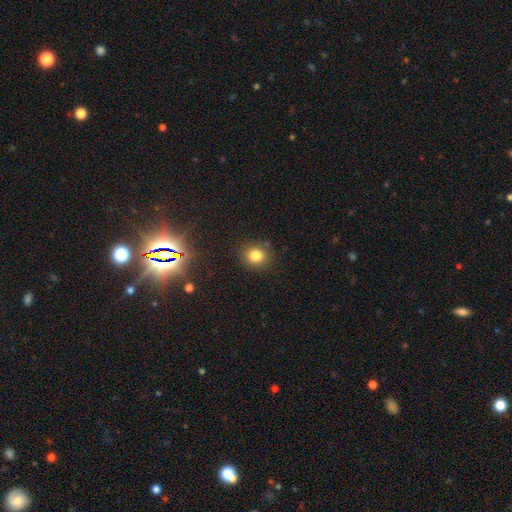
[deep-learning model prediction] This is clearly a smooth galaxy (80%). How rounded: likely round (78%). Merging: clearly none (84%).